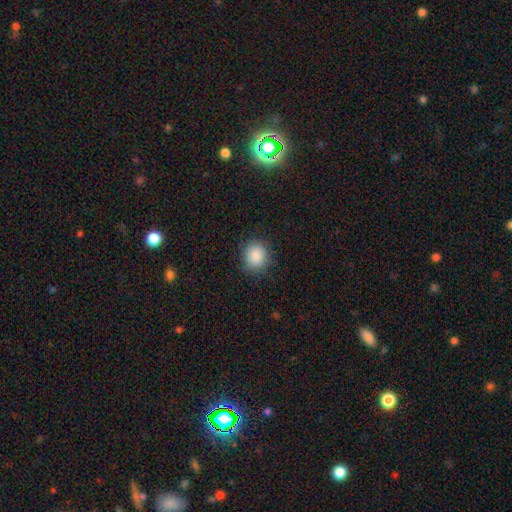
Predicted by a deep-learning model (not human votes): smooth 88%, star or artifact 9%, featured or disk 3%. Down the decision tree: how rounded — round (84%); merging — none (88%).